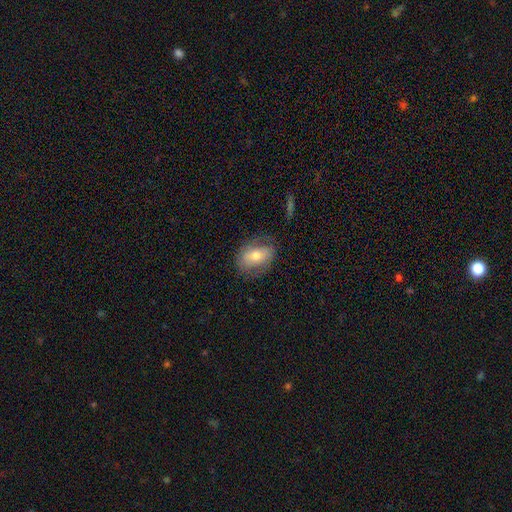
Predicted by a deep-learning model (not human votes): Overall: smooth (59%; featured or disk 33%). How rounded: in between (77%). Merging: none (70%).